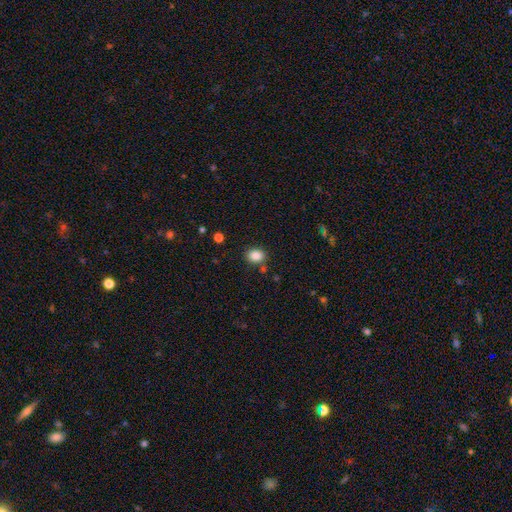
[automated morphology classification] Q: Smooth or featured?
A: smooth (86%); runner-up: star or artifact (10%)
Q: How rounded?
A: in between (53%); runner-up: round (46%)
Q: Merging?
A: none (81%); runner-up: minor disturbance (11%)